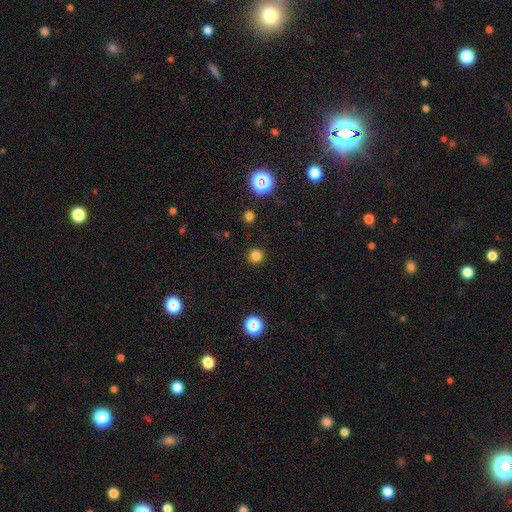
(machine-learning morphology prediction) Smooth or featured? Predicted: smooth (p=0.82). How rounded? Predicted: round (p=0.95). Merging? Predicted: none (p=0.92).